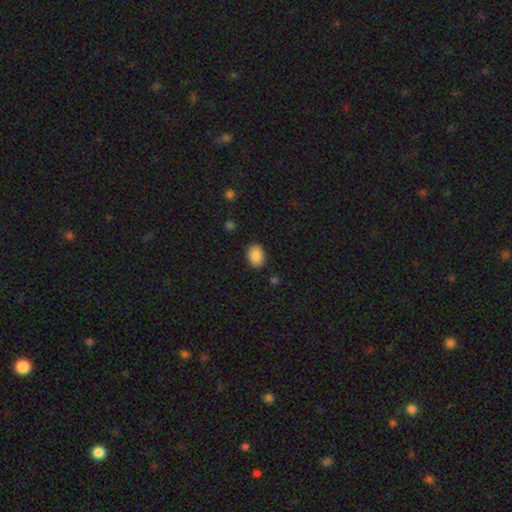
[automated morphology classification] A smooth galaxy with no disk features (88%) that is in between round and cigar-shaped (71%). Merging: none (86%).